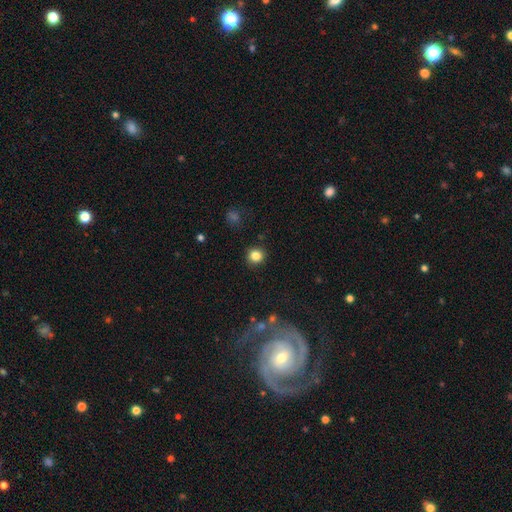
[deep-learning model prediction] Q: Smooth or featured?
A: smooth (84%); runner-up: star or artifact (11%)
Q: How rounded?
A: round (89%); runner-up: in between (10%)
Q: Merging?
A: none (90%); runner-up: minor disturbance (7%)